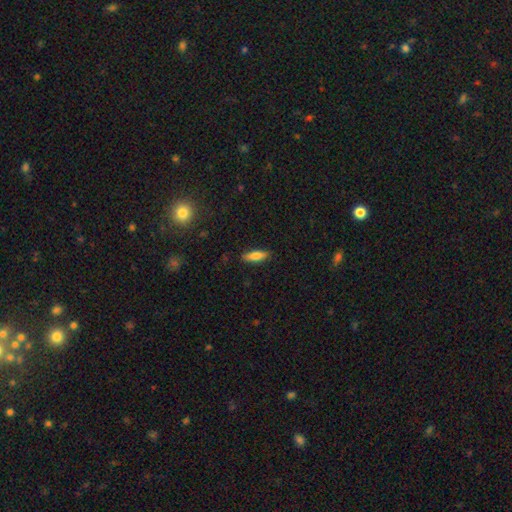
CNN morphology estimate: Overall: smooth (80%). How rounded: cigar-shaped (49%, tied with in between). Merging: none (87%).